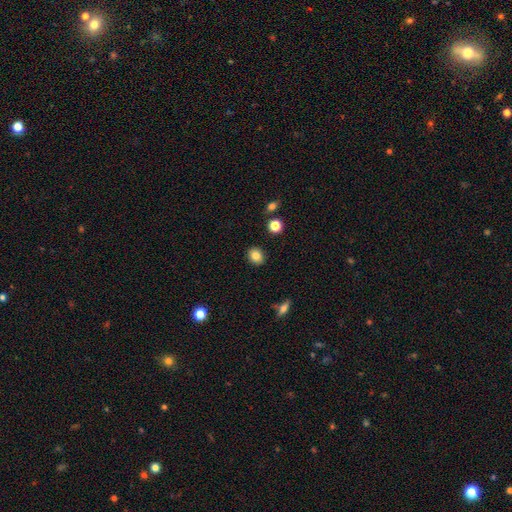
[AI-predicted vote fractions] Smooth or featured: smooth — 82% (star or artifact — 10%)
How rounded: round — 61% (in between — 38%)
Merging: none — 89% (minor disturbance — 7%)